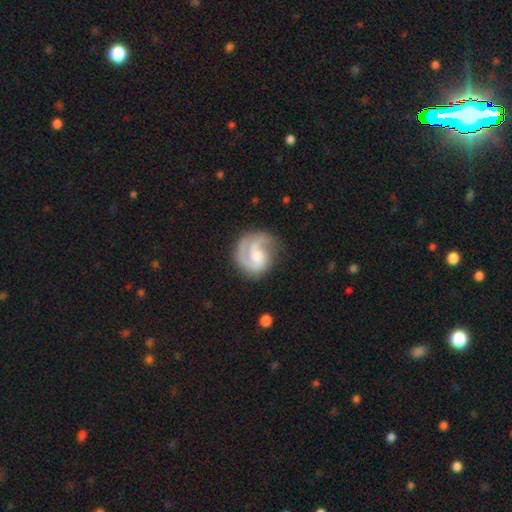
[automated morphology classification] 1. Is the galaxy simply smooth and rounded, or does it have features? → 76% featured or disk, 18% smooth, 6% star or artifact.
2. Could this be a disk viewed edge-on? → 98% no, 2% yes.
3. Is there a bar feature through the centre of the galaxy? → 57% no, 37% weak, 6% strong.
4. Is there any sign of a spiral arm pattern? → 94% yes, 6% no.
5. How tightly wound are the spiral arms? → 45% medium, 35% tight, 20% loose.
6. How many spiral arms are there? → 41% 2, 27% 1, 16% 3, 11% can't tell, 2% 4, 2% more than 4.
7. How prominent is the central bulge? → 44% moderate, 39% small, 9% none, 7% large, 1% dominant.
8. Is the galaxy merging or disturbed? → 66% none, 18% minor disturbance, 13% major disturbance, 2% merger.